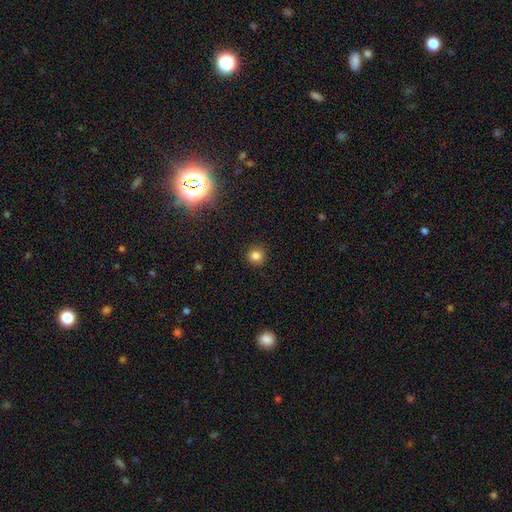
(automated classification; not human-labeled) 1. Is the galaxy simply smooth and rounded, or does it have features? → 82% smooth, 13% star or artifact, 4% featured or disk.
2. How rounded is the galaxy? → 92% round, 7% in between, 1% cigar-shaped.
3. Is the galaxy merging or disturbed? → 91% none, 6% minor disturbance, 2% major disturbance, 1% merger.